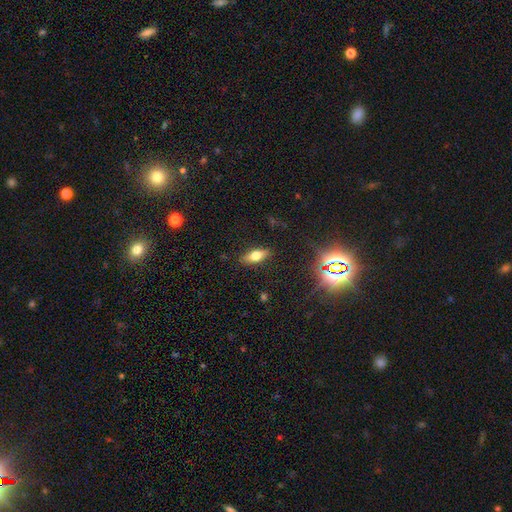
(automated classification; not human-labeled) smooth 61%, featured or disk 28%, star or artifact 11%. Down the decision tree: how rounded — in between (69%); merging — none (87%).